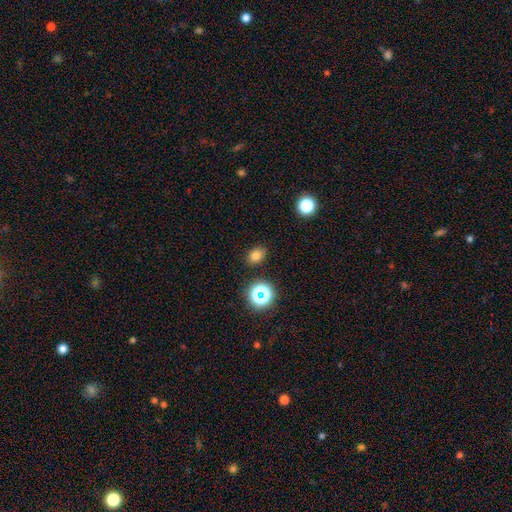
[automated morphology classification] A smooth galaxy with no disk features (77%) that is in between round and cigar-shaped (65%).

Vote fractions:
- Smooth or featured? smooth: 77% / star or artifact: 17% / featured or disk: 6%
- How rounded? in between: 65% / round: 34% / cigar-shaped: 1%
- Merging? none: 85% / minor disturbance: 10% / major disturbance: 3% / merger: 2%